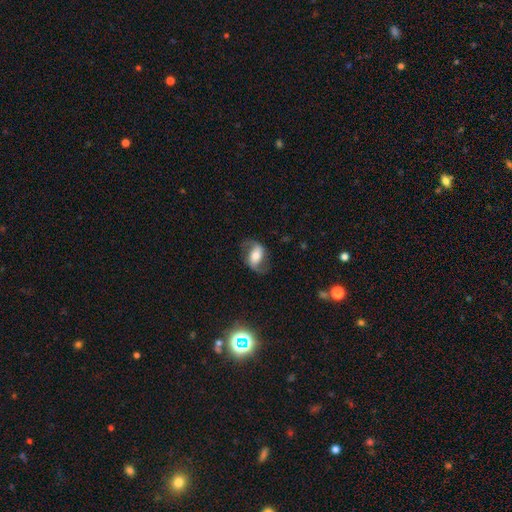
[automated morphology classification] type=featured or disk (62%); edge-on=no (94%); bar=strong (34%, tied with weak); spiral arms=yes (87%); winding=loose (53%); arm count=2 (89%); bulge=moderate (49%); merging=none (68%).